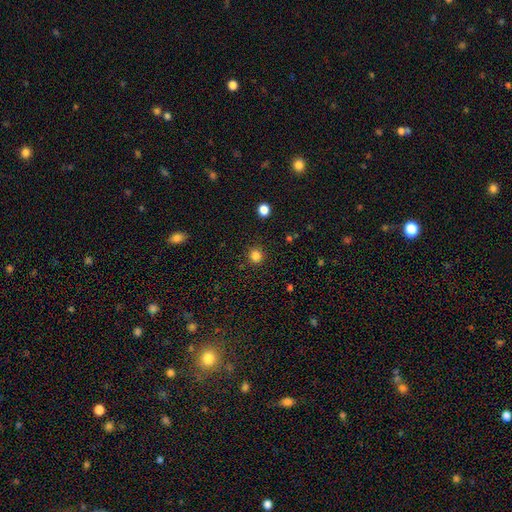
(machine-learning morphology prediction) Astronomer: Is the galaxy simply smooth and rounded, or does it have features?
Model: smooth — 84%.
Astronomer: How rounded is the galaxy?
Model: round — 91%.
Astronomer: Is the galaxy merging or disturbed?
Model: none — 89%.